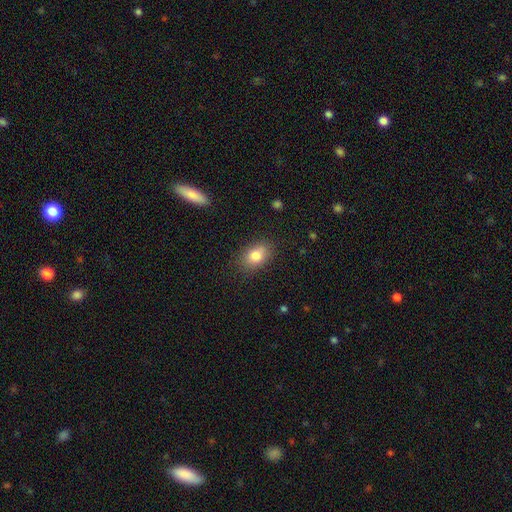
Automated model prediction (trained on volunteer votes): Smooth or featured? smooth (82%)
How rounded? in between (81%)
Merging? none (82%)